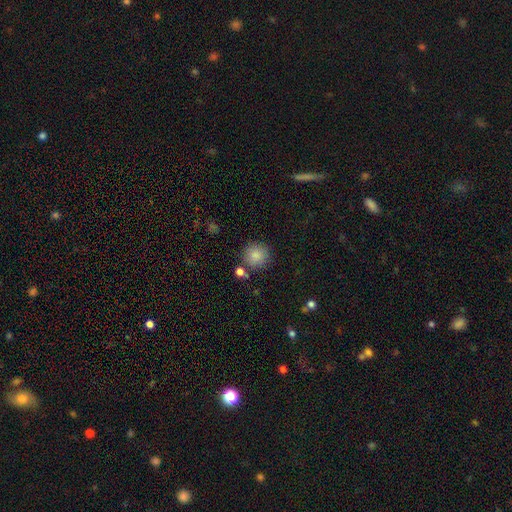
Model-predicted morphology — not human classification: The model was most divided on "merging": none: 81%, minor disturbance: 10%, merger: 6%, major disturbance: 3%. More confident: how rounded — round (91%); smooth or featured — smooth (85%).